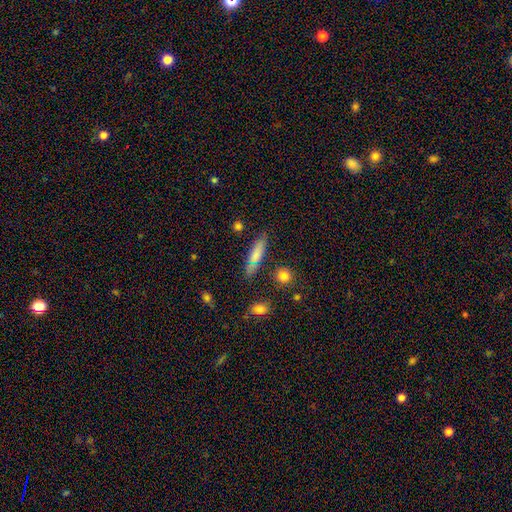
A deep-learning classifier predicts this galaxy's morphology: A smooth galaxy with no disk features (76%) that is cigar-shaped (71%).

Vote fractions:
- Smooth or featured? smooth: 76% / featured or disk: 15% / star or artifact: 8%
- How rounded? cigar-shaped: 71% / in between: 26% / round: 3%
- Merging? none: 82% / minor disturbance: 12% / merger: 4% / major disturbance: 3%